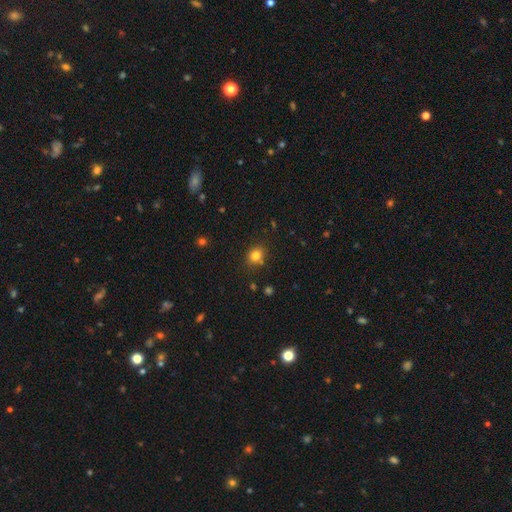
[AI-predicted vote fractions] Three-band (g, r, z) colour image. It shows a smooth galaxy with no disk features (80%) that is round (69%). Merging: none (79%).